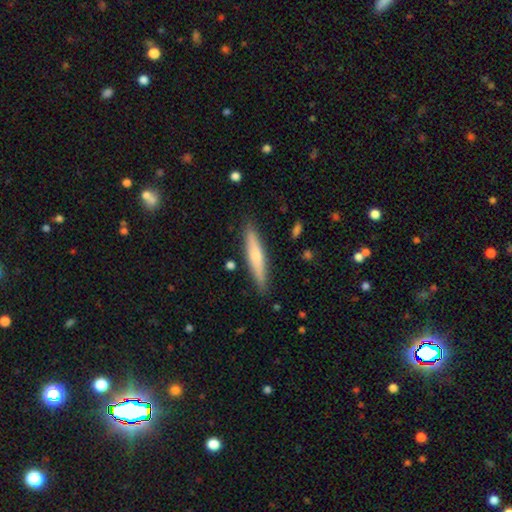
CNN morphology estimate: Smooth or featured? smooth (54%)
How rounded? cigar-shaped (90%)
Merging? none (88%)